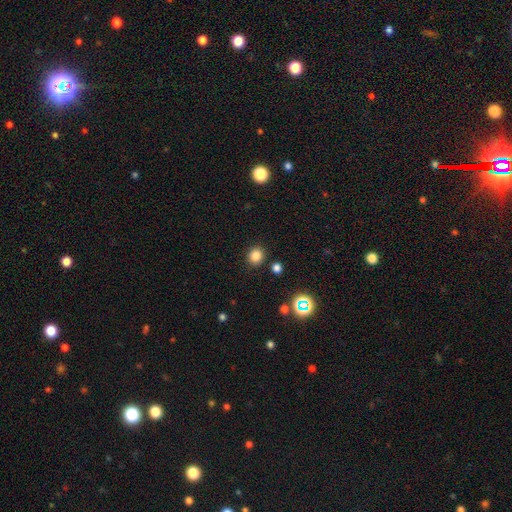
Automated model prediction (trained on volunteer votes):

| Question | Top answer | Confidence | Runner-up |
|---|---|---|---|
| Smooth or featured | smooth | 82% | star or artifact (14%) |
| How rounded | round | 81% | in between (18%) |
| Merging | none | 88% | minor disturbance (7%) |